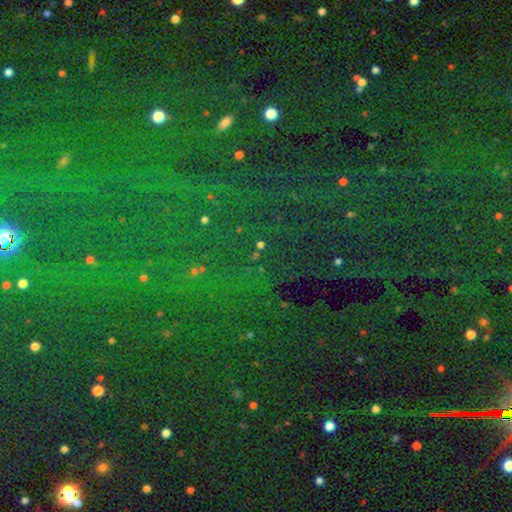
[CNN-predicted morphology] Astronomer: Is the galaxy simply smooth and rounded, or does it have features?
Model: star or artifact — 79%.